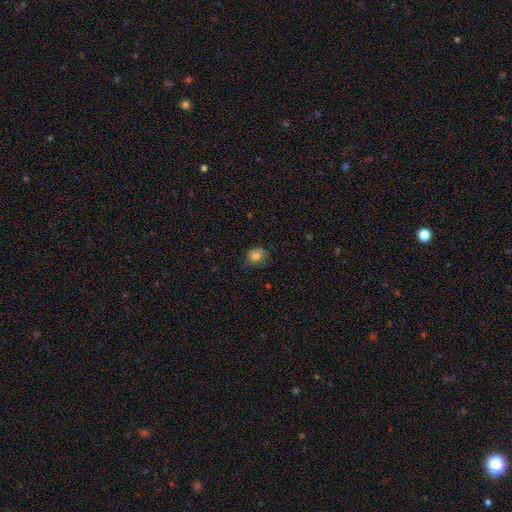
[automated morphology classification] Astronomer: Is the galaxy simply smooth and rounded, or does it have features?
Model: smooth — 83%.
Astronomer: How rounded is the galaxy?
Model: round — 67%.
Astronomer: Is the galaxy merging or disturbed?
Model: none — 72%.